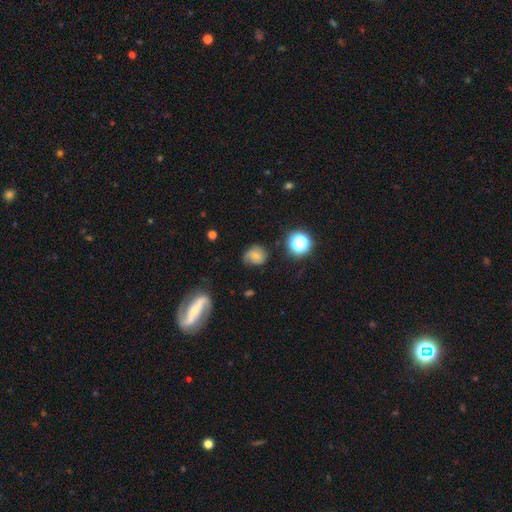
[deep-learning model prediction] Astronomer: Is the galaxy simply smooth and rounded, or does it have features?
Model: smooth — 62%.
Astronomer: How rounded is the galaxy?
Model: round — 70%.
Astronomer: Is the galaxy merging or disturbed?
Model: none — 60%.